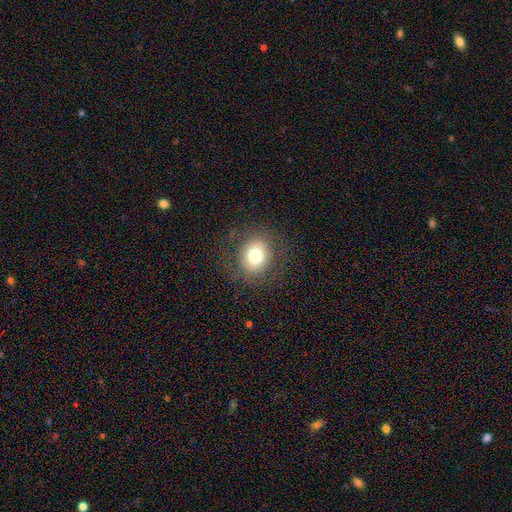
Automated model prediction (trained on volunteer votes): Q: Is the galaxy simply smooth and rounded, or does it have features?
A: smooth — 74%.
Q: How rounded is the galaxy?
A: round — 80%.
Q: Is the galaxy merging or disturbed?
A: none — 83%.